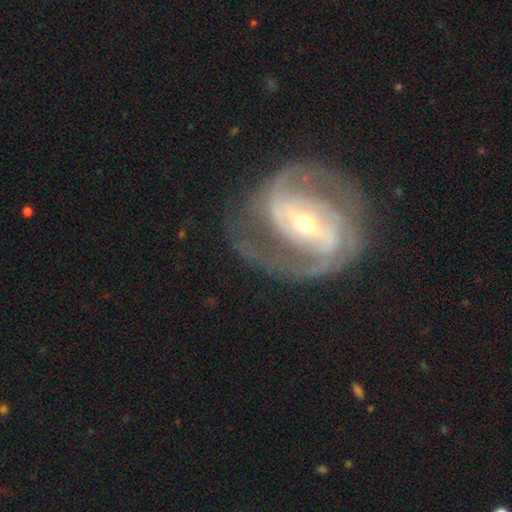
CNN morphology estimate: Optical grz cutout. It shows a featured or disk galaxy (89%) with a strong bar (54%), 2 (80%) medium (46%) spiral arms (96%) and a small central bulge (48%). Merging: none (76%).